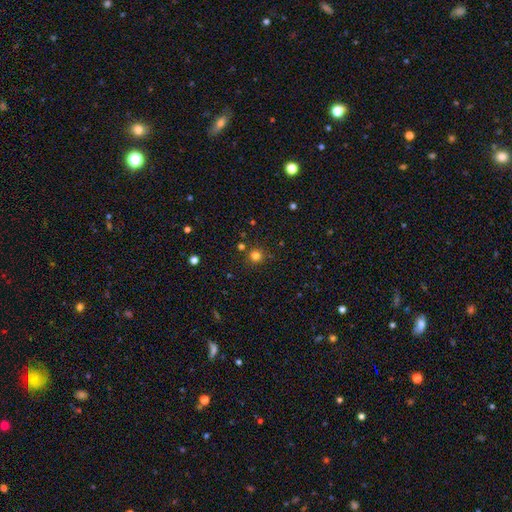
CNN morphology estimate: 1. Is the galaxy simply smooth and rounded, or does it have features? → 79% smooth, 17% star or artifact, 5% featured or disk.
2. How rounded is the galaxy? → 94% round, 5% in between, 1% cigar-shaped.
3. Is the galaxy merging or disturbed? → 85% none, 8% minor disturbance, 5% merger, 3% major disturbance.